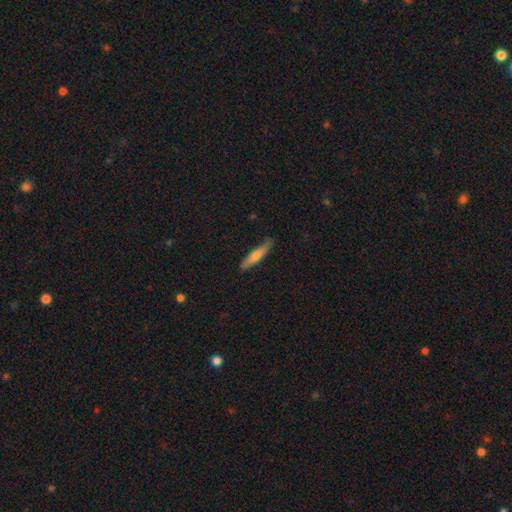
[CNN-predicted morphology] smooth_or_featured: smooth (p=0.66) [alt: featured or disk p=0.29]
how_rounded: cigar-shaped (p=0.88) [alt: in between p=0.11]
merging: none (p=0.83) [alt: minor disturbance p=0.14]